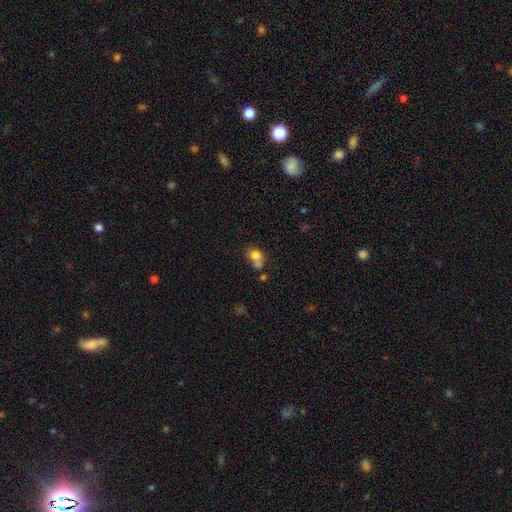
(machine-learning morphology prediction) type=smooth (76%); roundness=round (50%); merging=merger (47%).